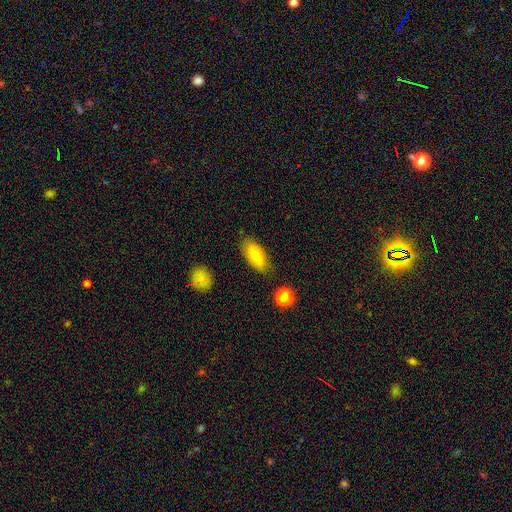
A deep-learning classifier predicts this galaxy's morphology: Q: Smooth or featured?
A: smooth (79%); runner-up: featured or disk (14%)
Q: How rounded?
A: in between (83%); runner-up: cigar-shaped (15%)
Q: Merging?
A: none (80%); runner-up: minor disturbance (14%)